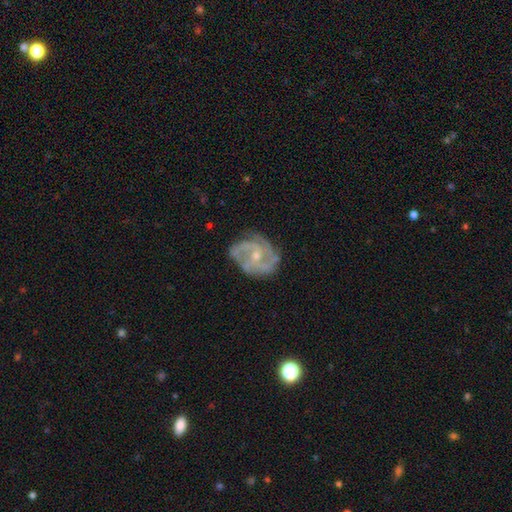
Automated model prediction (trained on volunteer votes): Q: Smooth or featured?
A: featured or disk (88%); runner-up: smooth (7%)
Q: Edge-on disk?
A: no (98%); runner-up: yes (2%)
Q: Bar?
A: no (60%); runner-up: weak (33%)
Q: Spiral arms?
A: yes (96%); runner-up: no (4%)
Q: Spiral winding?
A: medium (46%); runner-up: tight (43%)
Q: Spiral arm count?
A: 3 (42%); runner-up: 2 (27%)
Q: Bulge size?
A: small (57%); runner-up: moderate (39%)
Q: Merging?
A: none (70%); runner-up: minor disturbance (21%)